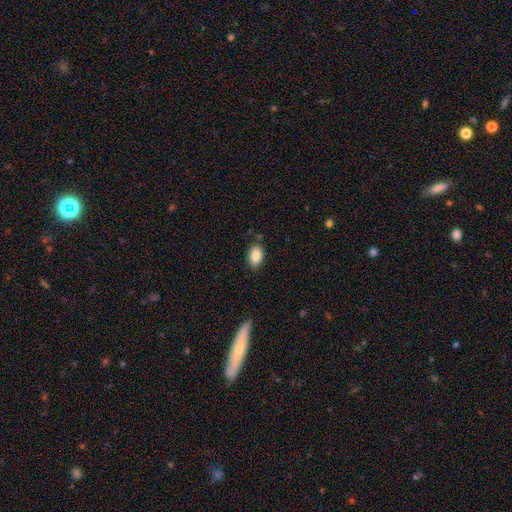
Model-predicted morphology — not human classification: A smooth galaxy with no disk features (86%) that is in between round and cigar-shaped (91%). Merging: none (84%).